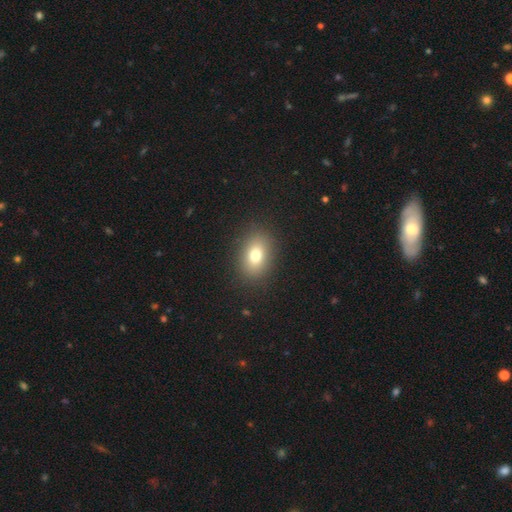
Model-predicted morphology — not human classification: Q: Smooth or featured?
A: smooth (74%); runner-up: star or artifact (15%)
Q: How rounded?
A: in between (72%); runner-up: round (27%)
Q: Merging?
A: none (90%); runner-up: minor disturbance (7%)